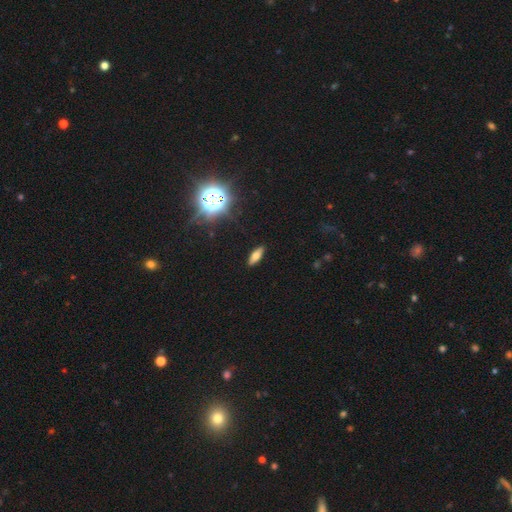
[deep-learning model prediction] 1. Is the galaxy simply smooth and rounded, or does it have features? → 65% smooth, 19% featured or disk, 15% star or artifact.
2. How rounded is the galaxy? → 68% in between, 28% cigar-shaped, 4% round.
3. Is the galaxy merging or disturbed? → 88% none, 8% minor disturbance, 2% major disturbance, 1% merger.